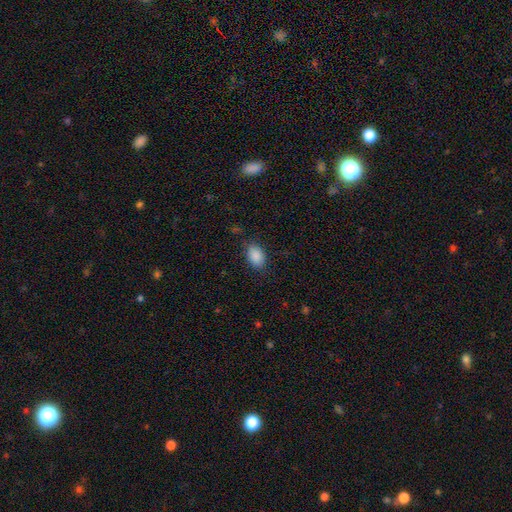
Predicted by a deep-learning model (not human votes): A smooth galaxy with no disk features (89%) that is in between round and cigar-shaped (88%).

Vote fractions:
- Smooth or featured? smooth: 89% / star or artifact: 7% / featured or disk: 4%
- How rounded? in between: 88% / round: 10% / cigar-shaped: 1%
- Merging? none: 82% / minor disturbance: 13% / major disturbance: 4% / merger: 1%